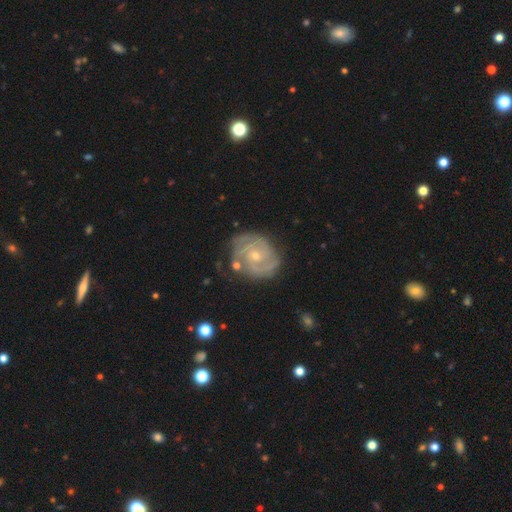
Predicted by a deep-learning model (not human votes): Morphology: type=featured or disk (87%); edge-on=no (98%); bar=no (67%); spiral arms=yes (97%); winding=tight (63%); arm count=2 (43%); bulge=small (63%); merging=none (72%).